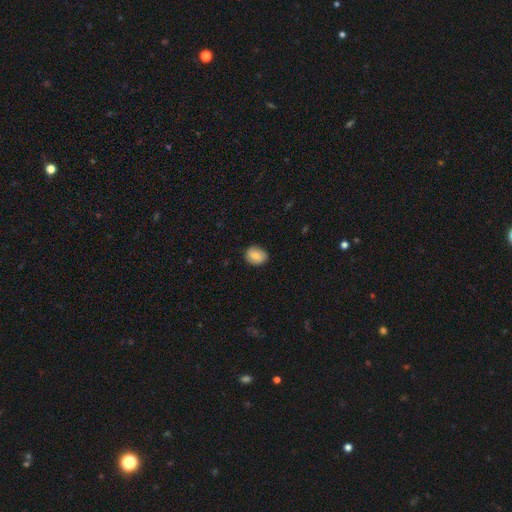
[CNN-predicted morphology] This appears to be a smooth galaxy with no disk features (76%) that is in between round and cigar-shaped (54%). Merging: none (83%).